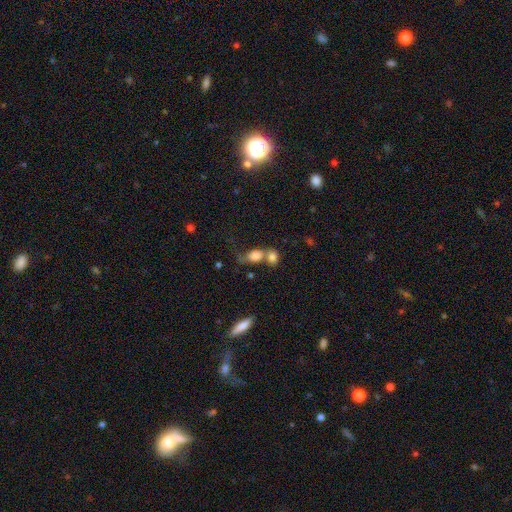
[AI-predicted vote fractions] The model was most divided on "how rounded": in between: 54%, round: 43%, cigar-shaped: 3%. More confident: smooth or featured — smooth (78%); merging — merger (62%).